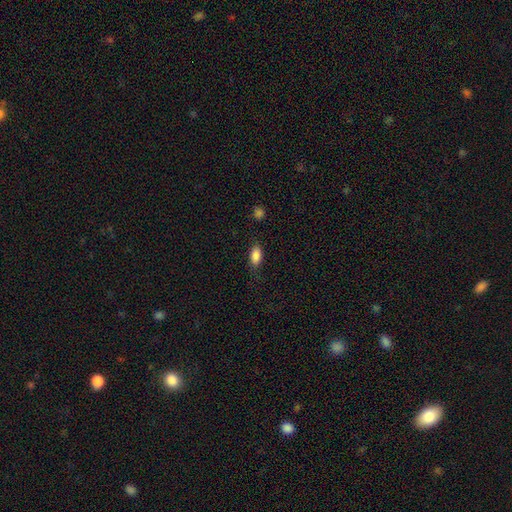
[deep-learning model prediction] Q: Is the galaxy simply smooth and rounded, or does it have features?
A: smooth — 87%.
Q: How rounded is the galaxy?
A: in between — 89%.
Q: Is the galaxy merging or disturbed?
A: none — 80%.